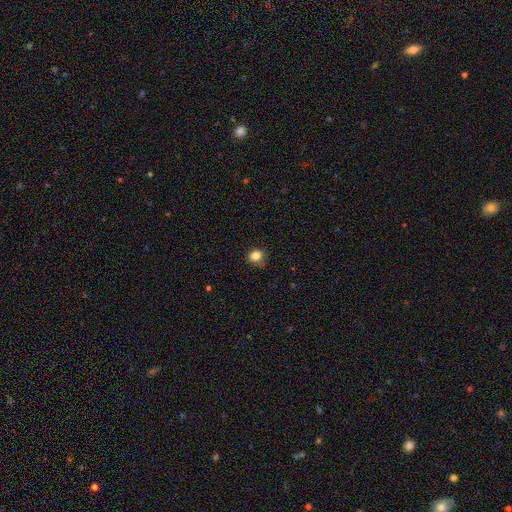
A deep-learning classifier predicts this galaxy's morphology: smooth 82%, star or artifact 12%, featured or disk 6%. Down the decision tree: how rounded — round (70%); merging — none (73%).